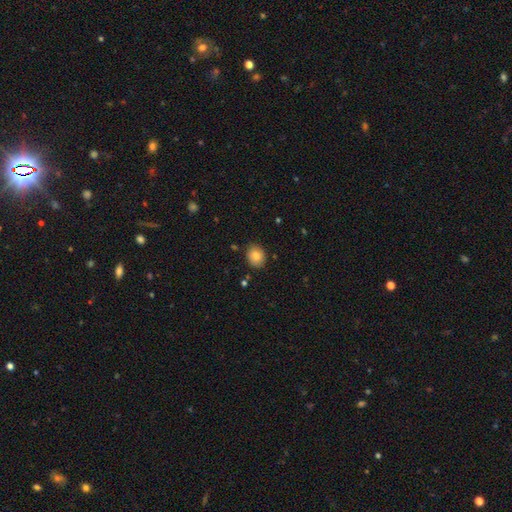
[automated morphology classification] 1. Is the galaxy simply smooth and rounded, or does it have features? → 83% smooth, 9% star or artifact, 8% featured or disk.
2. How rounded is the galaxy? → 60% round, 39% in between, 1% cigar-shaped.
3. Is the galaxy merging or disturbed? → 87% none, 9% minor disturbance, 2% major disturbance, 2% merger.